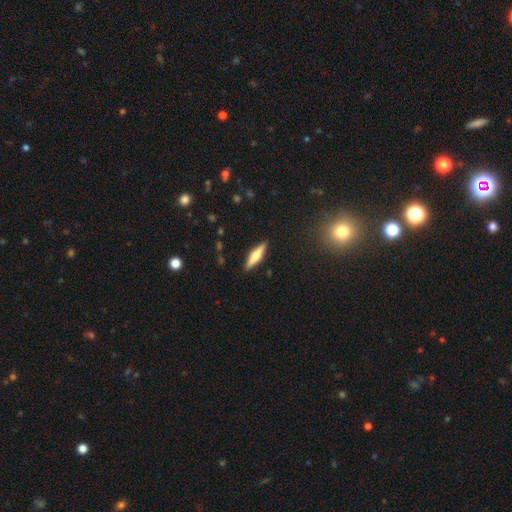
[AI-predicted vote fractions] smooth_or_featured: smooth (p=0.49) [alt: featured or disk p=0.44]
merging: none (p=0.89) [alt: minor disturbance p=0.08]